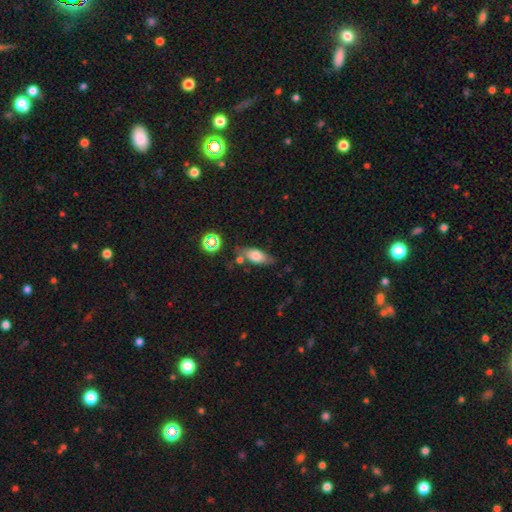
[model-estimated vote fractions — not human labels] smooth-or-featured: smooth: 72% | featured or disk: 18% | star or artifact: 11%
  how-rounded: in between: 82% | cigar-shaped: 14% | round: 5%
  merging: none: 65% | minor disturbance: 19% | merger: 11% | major disturbance: 6%